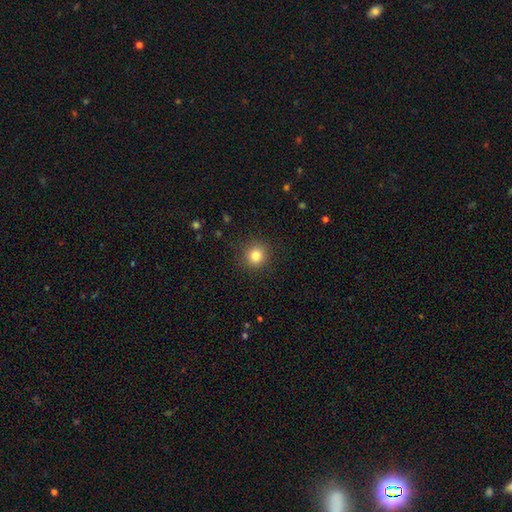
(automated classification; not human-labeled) Smooth or featured? Predicted: smooth (p=0.83). How rounded? Predicted: round (p=0.92). Merging? Predicted: none (p=0.90).